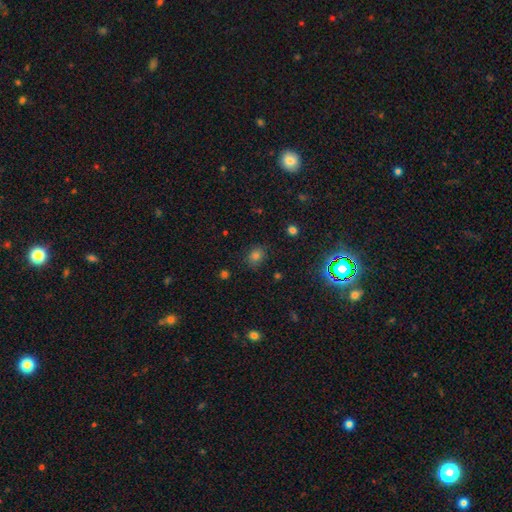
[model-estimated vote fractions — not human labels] This appears to be a smooth galaxy with no disk features (70%) that is round (63%). Merging: none (82%).